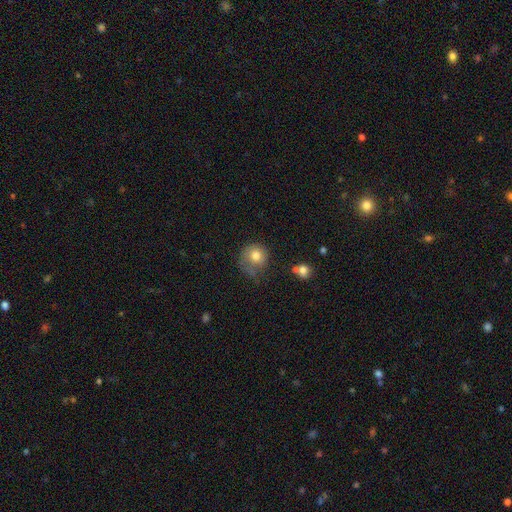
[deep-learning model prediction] smooth 77%, featured or disk 14%, star or artifact 9%. Down the decision tree: how rounded — round (87%); merging — none (48%).